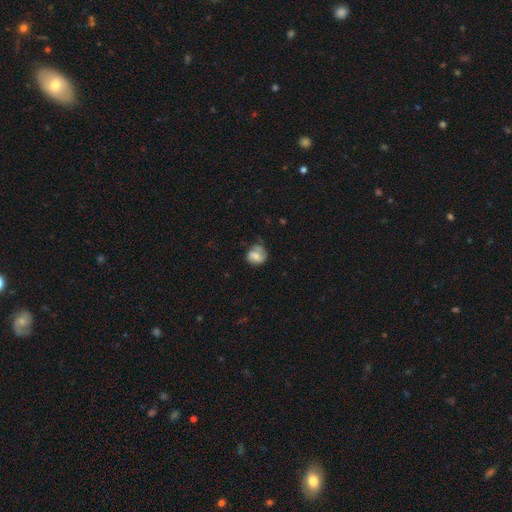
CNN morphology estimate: A smooth galaxy with no disk features (50%) that is round (70%).

Vote fractions:
- Smooth or featured? smooth: 50% / featured or disk: 41% / star or artifact: 9%
- How rounded? round: 70% / in between: 29% / cigar-shaped: 1%
- Merging? none: 51% / minor disturbance: 31% / major disturbance: 15% / merger: 4%